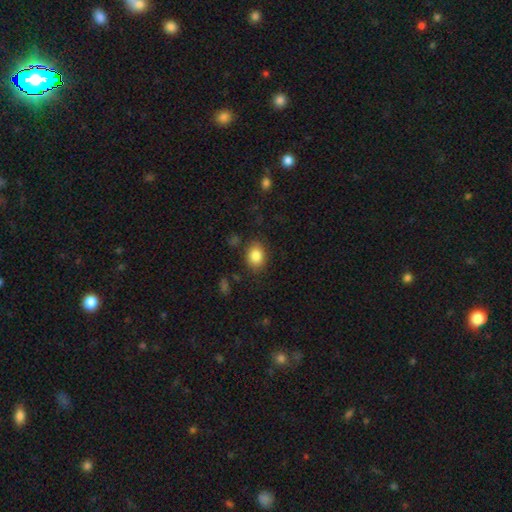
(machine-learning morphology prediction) Smooth or featured?
  - smooth: 85% *
  - star or artifact: 9%
  - featured or disk: 6%
How rounded?
  - in between: 63% *
  - round: 36%
  - cigar-shaped: 1%
Merging?
  - none: 82% *
  - minor disturbance: 12%
  - major disturbance: 3%
  - merger: 2%